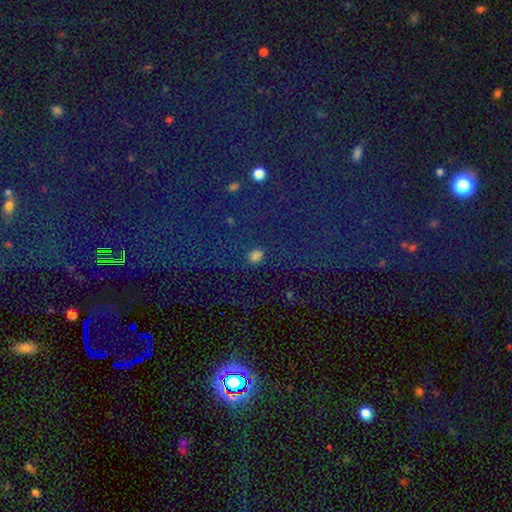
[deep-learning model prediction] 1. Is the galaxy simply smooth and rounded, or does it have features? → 71% smooth, 23% star or artifact, 5% featured or disk.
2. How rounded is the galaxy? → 55% round, 43% in between, 2% cigar-shaped.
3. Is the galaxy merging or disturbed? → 79% none, 11% minor disturbance, 6% major disturbance, 4% merger.